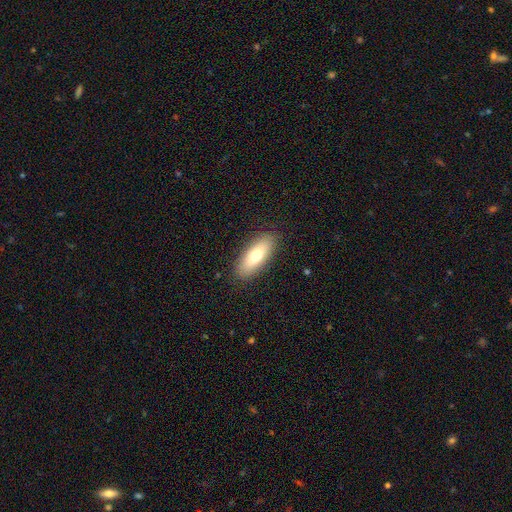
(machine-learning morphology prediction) type=smooth (73%); roundness=in between (71%); merging=none (88%).